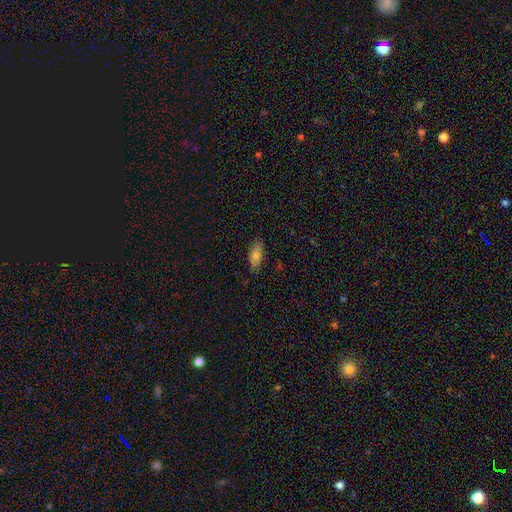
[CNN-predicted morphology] Smooth or featured? Predicted: smooth (p=0.74). How rounded? Predicted: in between (p=0.74). Merging? Predicted: none (p=0.84).